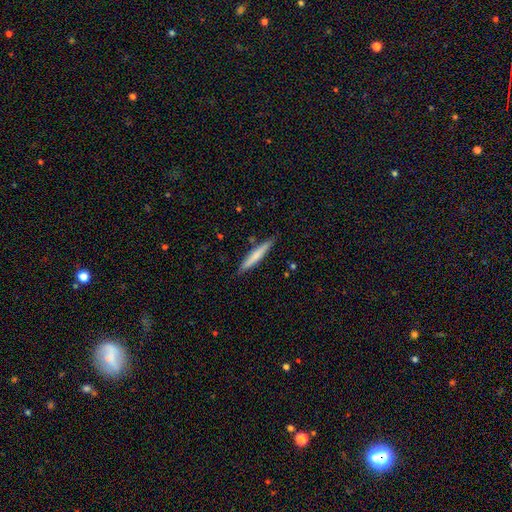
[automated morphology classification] type=smooth (67%); roundness=cigar-shaped (95%); merging=none (88%).